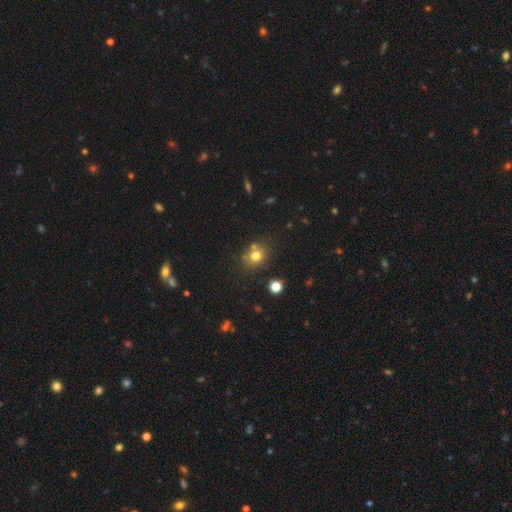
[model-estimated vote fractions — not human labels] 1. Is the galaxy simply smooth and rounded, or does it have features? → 74% smooth, 16% star or artifact, 10% featured or disk.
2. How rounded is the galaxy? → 71% round, 28% in between, 1% cigar-shaped.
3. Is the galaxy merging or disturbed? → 69% none, 14% merger, 13% minor disturbance, 4% major disturbance.